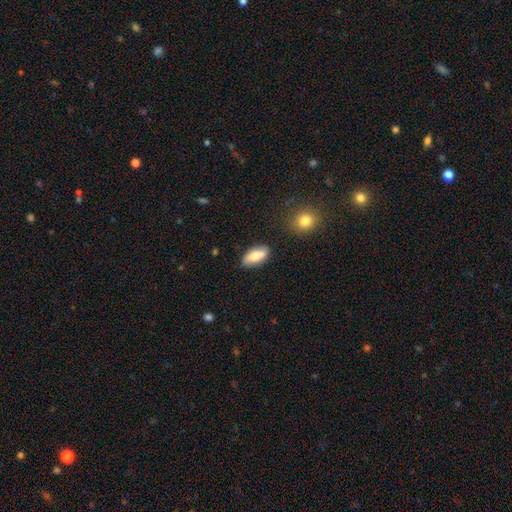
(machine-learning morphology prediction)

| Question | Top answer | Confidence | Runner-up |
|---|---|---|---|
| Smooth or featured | smooth | 66% | featured or disk (27%) |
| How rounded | in between | 85% | cigar-shaped (11%) |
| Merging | none | 80% | minor disturbance (14%) |